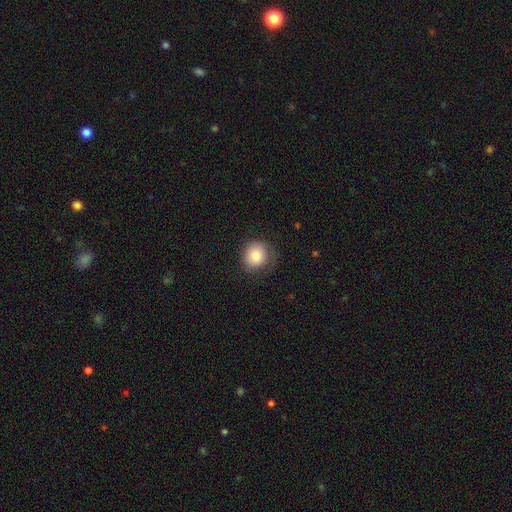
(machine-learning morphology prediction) Smooth or featured: smooth — 81% (star or artifact — 9%)
How rounded: round — 86% (in between — 13%)
Merging: none — 76% (minor disturbance — 17%)